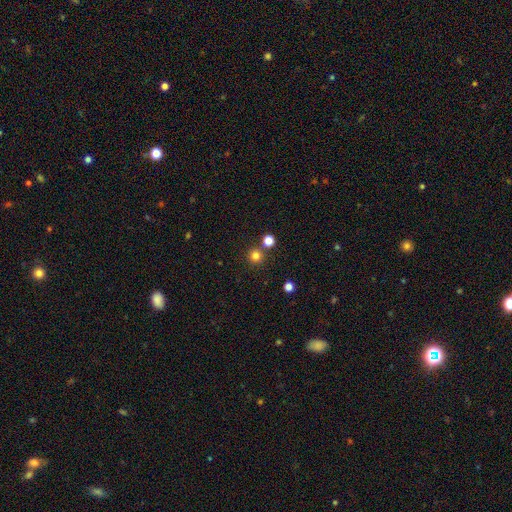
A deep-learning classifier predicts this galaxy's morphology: This is likely a smooth galaxy (79%). How rounded: clearly round (95%). Merging: likely none (79%).